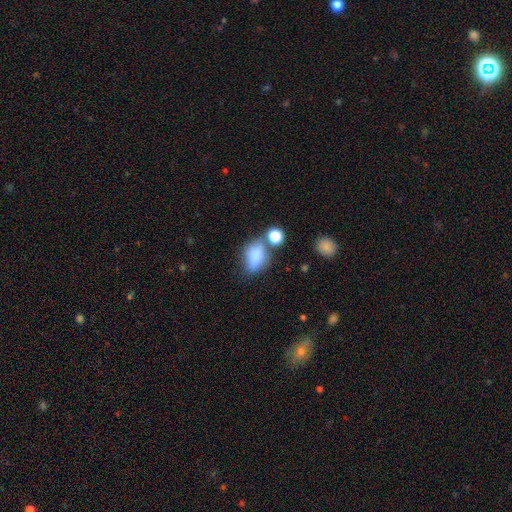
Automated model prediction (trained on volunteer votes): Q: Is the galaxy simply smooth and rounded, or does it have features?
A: smooth — 79%.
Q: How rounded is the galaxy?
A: in between — 80%.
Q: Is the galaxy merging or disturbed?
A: none — 48%.